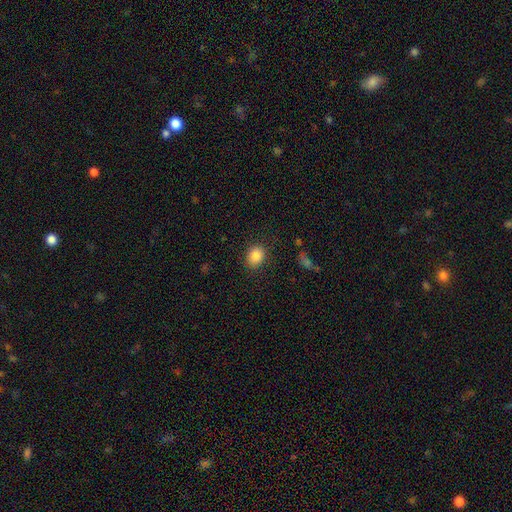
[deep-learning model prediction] smooth 86%, star or artifact 9%, featured or disk 5%. Down the decision tree: how rounded — in between (50%); merging — none (86%).